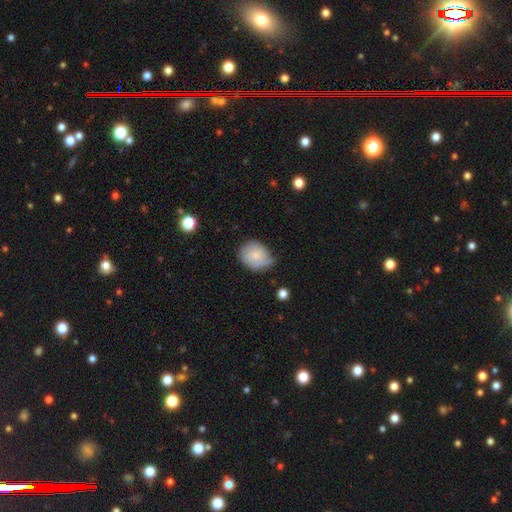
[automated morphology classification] Smooth or featured: smooth — 70% (featured or disk — 23%)
How rounded: round — 56% (in between — 43%)
Merging: none — 46% (minor disturbance — 40%)